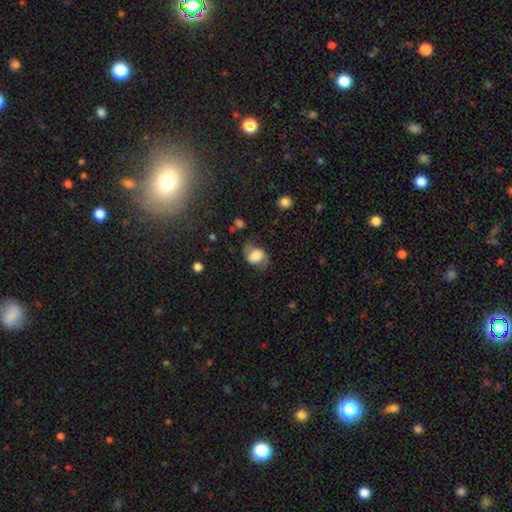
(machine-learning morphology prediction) Q: Smooth or featured?
A: smooth (54%); runner-up: featured or disk (37%)
Q: How rounded?
A: in between (56%); runner-up: round (43%)
Q: Merging?
A: none (59%); runner-up: minor disturbance (25%)